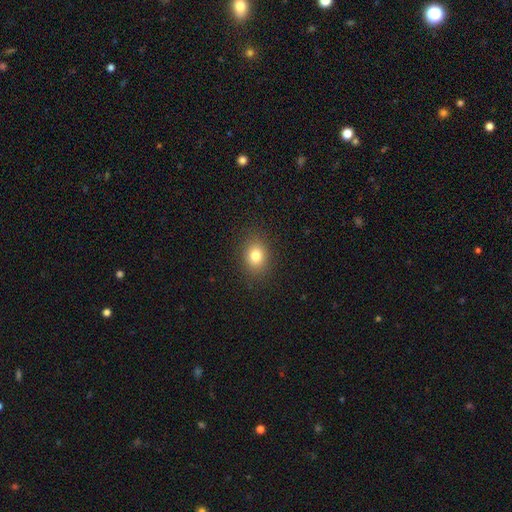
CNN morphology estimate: This is clearly a smooth galaxy (80%). How rounded: possibly in between (51%). Merging: clearly none (88%).